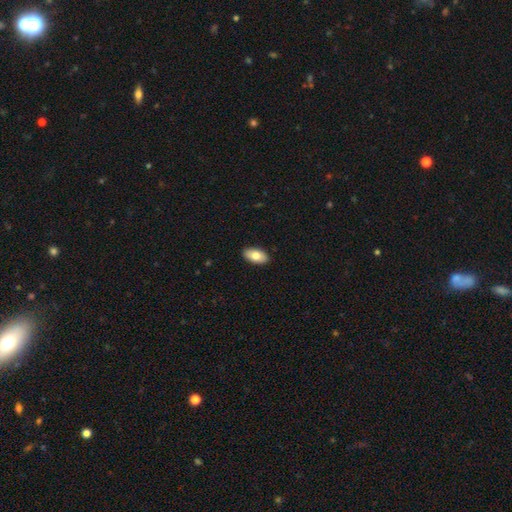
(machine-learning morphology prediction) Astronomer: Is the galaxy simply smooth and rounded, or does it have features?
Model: smooth — 78%.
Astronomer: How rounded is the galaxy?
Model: in between — 94%.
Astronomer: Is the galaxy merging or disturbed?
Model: none — 90%.